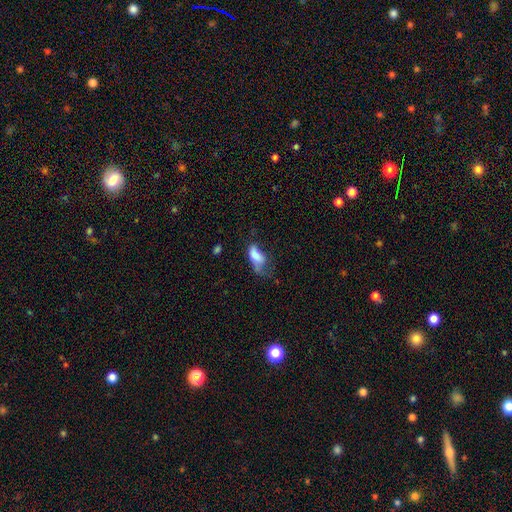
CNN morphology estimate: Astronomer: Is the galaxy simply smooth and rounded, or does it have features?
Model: smooth — 72%.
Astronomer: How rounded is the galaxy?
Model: in between — 86%.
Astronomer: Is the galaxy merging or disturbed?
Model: major disturbance — 43% (runner-up: minor disturbance, 29%).